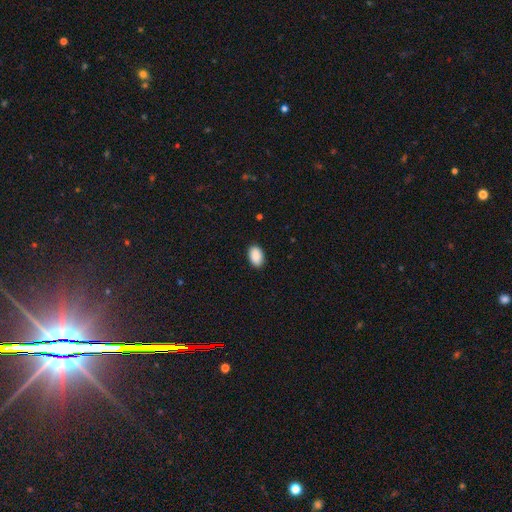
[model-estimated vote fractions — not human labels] Morphology: type=smooth (91%); roundness=in between (92%); merging=none (89%).